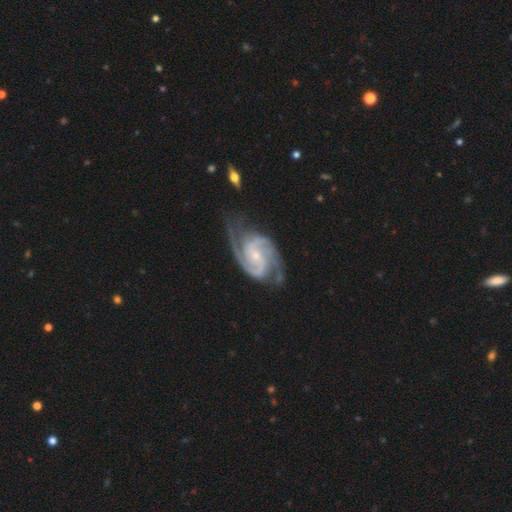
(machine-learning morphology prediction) This is clearly a featured or disk galaxy (93%). It is clearly not viewed edge-on (98%). Bar: possibly no (57%). Spiral arm pattern: clearly yes (99%). Spiral arm count: likely 2 (69%). Spiral winding: possibly medium (49%). Central bulge: likely small (74%). Merging: likely none (69%).